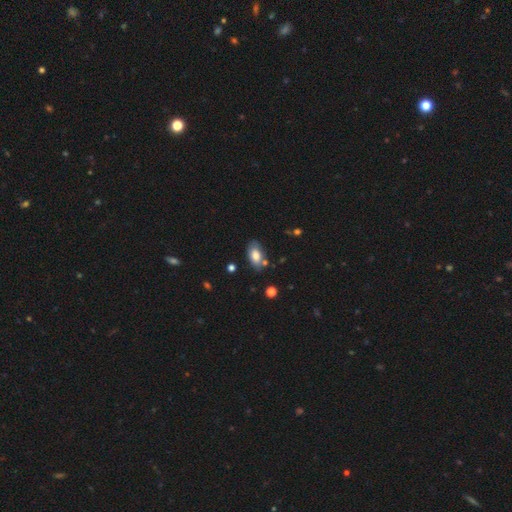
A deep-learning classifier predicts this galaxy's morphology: Q: Smooth or featured?
A: smooth (78%); runner-up: featured or disk (14%)
Q: How rounded?
A: in between (91%); runner-up: round (5%)
Q: Merging?
A: none (71%); runner-up: minor disturbance (18%)